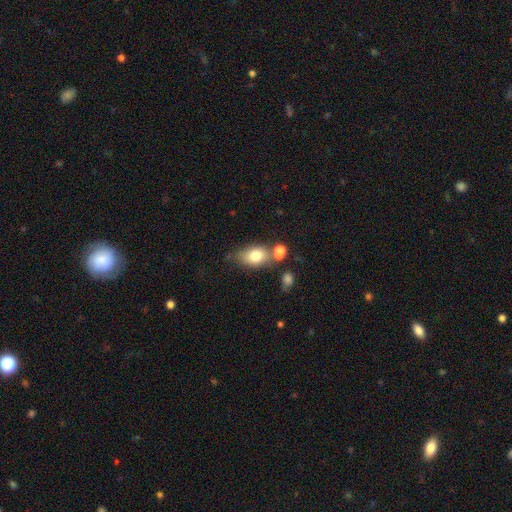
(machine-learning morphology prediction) The model was most divided on "merging": none: 50%, merger: 25%, minor disturbance: 19%, major disturbance: 7%. More confident: how rounded — in between (81%); smooth or featured — smooth (76%).